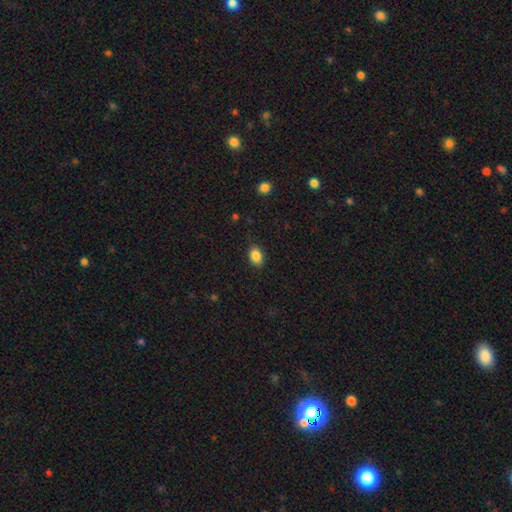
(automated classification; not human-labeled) Q: Smooth or featured?
A: smooth (87%); runner-up: star or artifact (9%)
Q: How rounded?
A: in between (77%); runner-up: round (22%)
Q: Merging?
A: none (85%); runner-up: minor disturbance (12%)